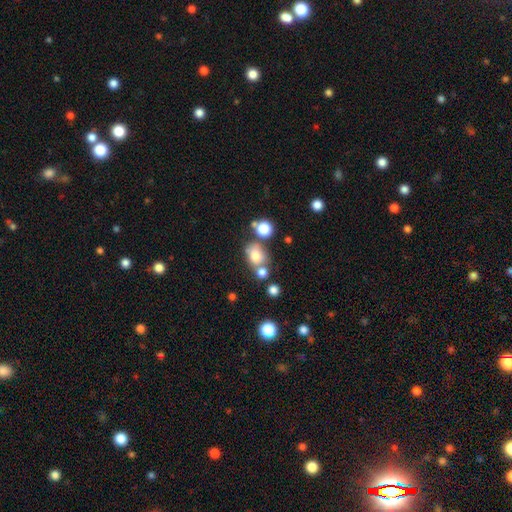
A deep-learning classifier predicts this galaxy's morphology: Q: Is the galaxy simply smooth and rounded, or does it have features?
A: smooth — 74%.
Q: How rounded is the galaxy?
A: round — 51%.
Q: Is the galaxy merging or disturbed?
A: none — 53%.